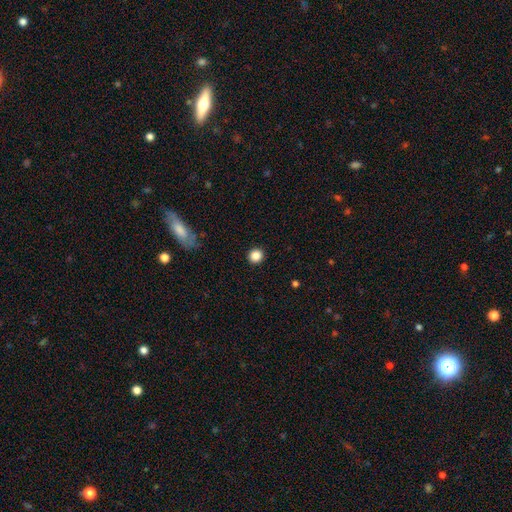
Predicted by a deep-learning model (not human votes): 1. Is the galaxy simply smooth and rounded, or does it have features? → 86% smooth, 10% star or artifact, 3% featured or disk.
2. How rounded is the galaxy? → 91% round, 8% in between, 1% cigar-shaped.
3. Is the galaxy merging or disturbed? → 92% none, 5% minor disturbance, 2% major disturbance, 1% merger.